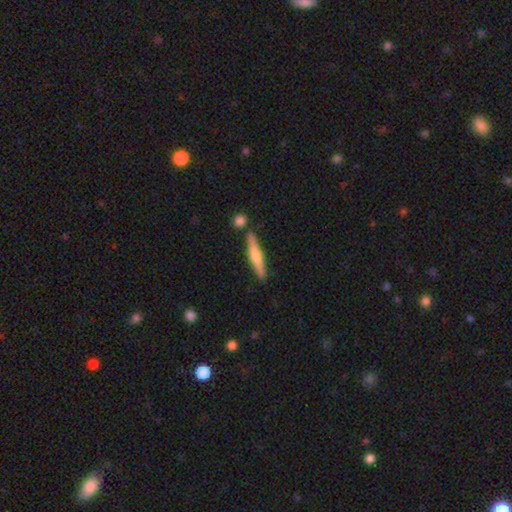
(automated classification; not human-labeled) smooth_or_featured: featured or disk (p=0.51) [alt: smooth p=0.43]
disk_edge_on: yes (p=0.95) [alt: no p=0.05]
merging: none (p=0.83) [alt: minor disturbance p=0.09]